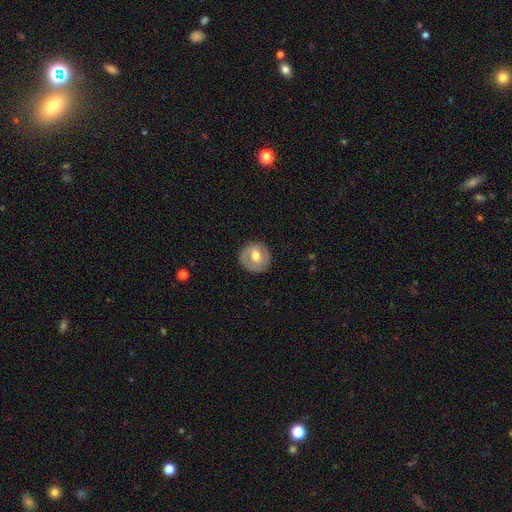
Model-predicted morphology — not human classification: Q: Smooth or featured?
A: smooth (48%); runner-up: featured or disk (45%)
Q: Merging?
A: none (85%); runner-up: minor disturbance (10%)